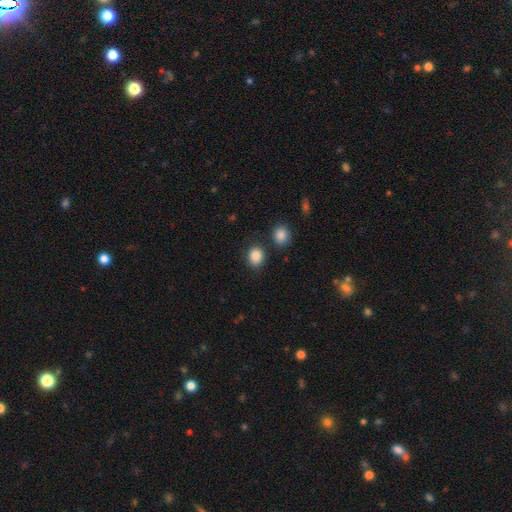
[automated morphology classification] A smooth galaxy with no disk features (87%) that is round (57%).

Vote fractions:
- Smooth or featured? smooth: 87% / star or artifact: 9% / featured or disk: 4%
- How rounded? round: 57% / in between: 42% / cigar-shaped: 1%
- Merging? none: 79% / minor disturbance: 10% / merger: 7% / major disturbance: 3%